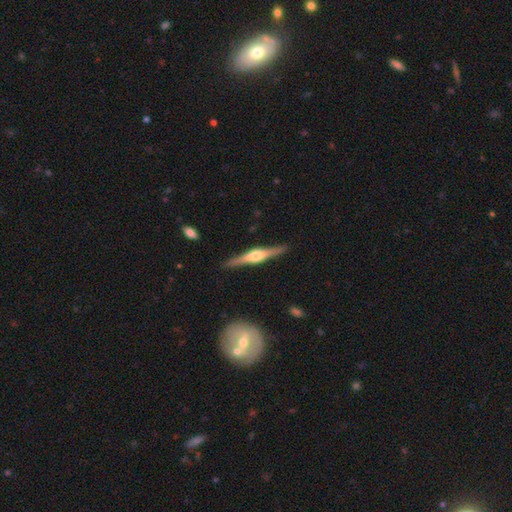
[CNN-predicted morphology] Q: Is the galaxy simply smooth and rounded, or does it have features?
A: featured or disk — 81%.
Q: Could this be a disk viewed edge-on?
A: yes — 98%.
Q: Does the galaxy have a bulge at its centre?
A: rounded — 89%.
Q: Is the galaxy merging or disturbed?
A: none — 90%.